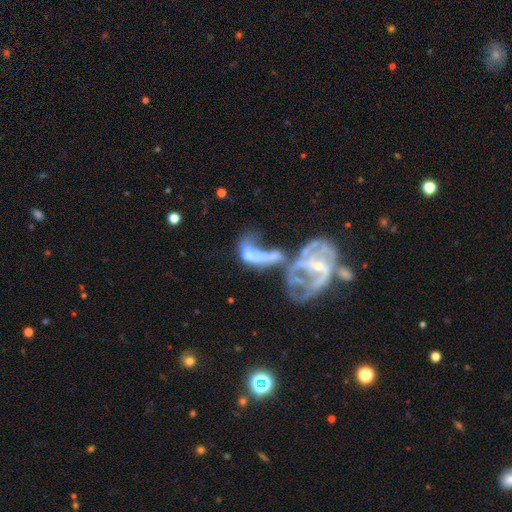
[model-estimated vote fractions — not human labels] Q: Smooth or featured?
A: featured or disk (72%); runner-up: smooth (16%)
Q: Edge-on disk?
A: no (96%); runner-up: yes (4%)
Q: Bar?
A: no (64%); runner-up: weak (24%)
Q: Spiral arms?
A: yes (59%); runner-up: no (41%)
Q: Bulge size?
A: small (49%); runner-up: moderate (26%)
Q: Merging?
A: merger (60%); runner-up: major disturbance (26%)